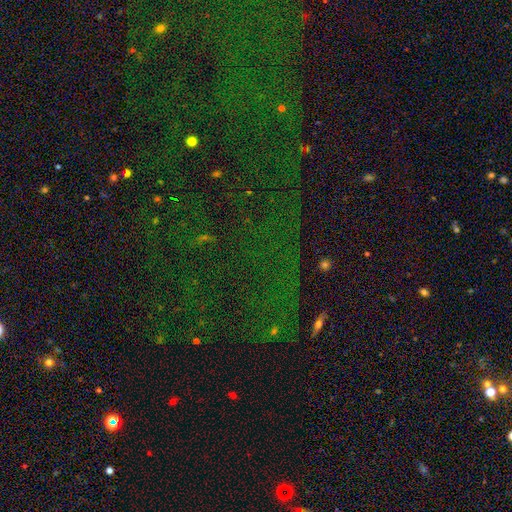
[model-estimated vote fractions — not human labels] This appears to be a star or artifact, not a galaxy (78%).